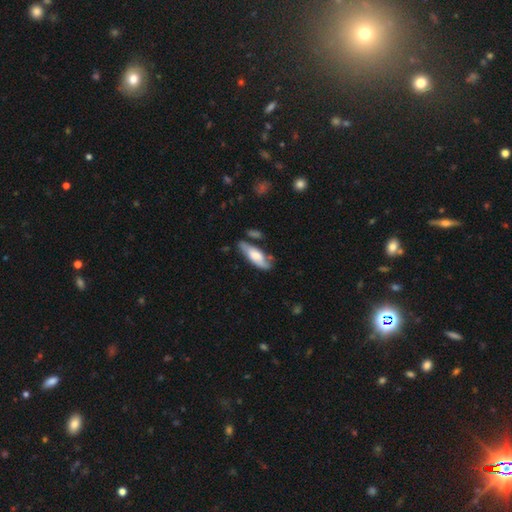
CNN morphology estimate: Q: Smooth or featured?
A: smooth (54%); runner-up: featured or disk (40%)
Q: How rounded?
A: in between (63%); runner-up: cigar-shaped (34%)
Q: Merging?
A: none (62%); runner-up: minor disturbance (24%)